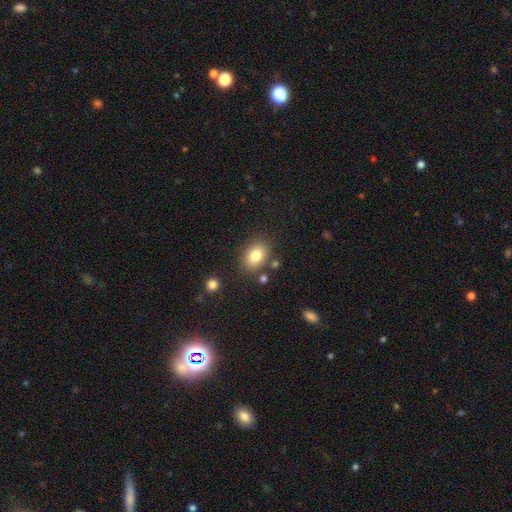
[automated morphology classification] Smooth or featured? smooth (82%)
How rounded? in between (74%)
Merging? none (79%)